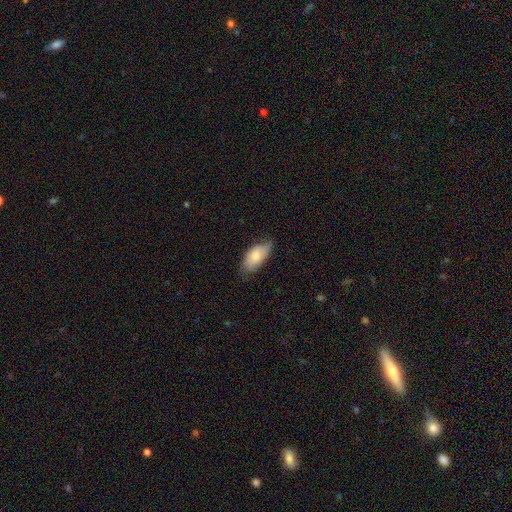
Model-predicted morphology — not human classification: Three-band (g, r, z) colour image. It shows a smooth galaxy with no disk features (71%) that is in between round and cigar-shaped (90%). Merging: none (56%).